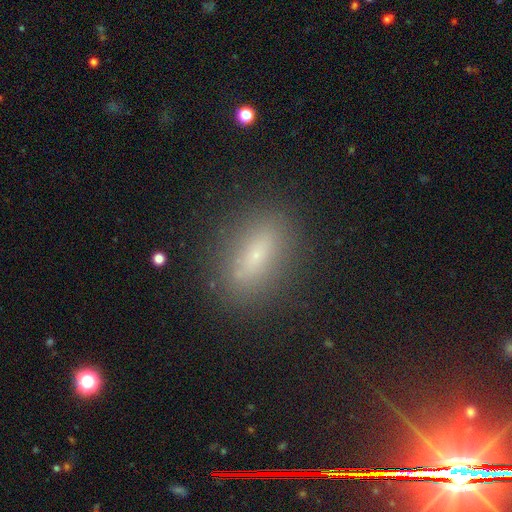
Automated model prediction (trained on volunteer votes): A smooth galaxy with no disk features (59%) that is in between round and cigar-shaped (62%).

Vote fractions:
- Smooth or featured? smooth: 59% / featured or disk: 27% / star or artifact: 14%
- How rounded? in between: 62% / cigar-shaped: 29% / round: 9%
- Merging? none: 84% / minor disturbance: 10% / major disturbance: 4% / merger: 2%